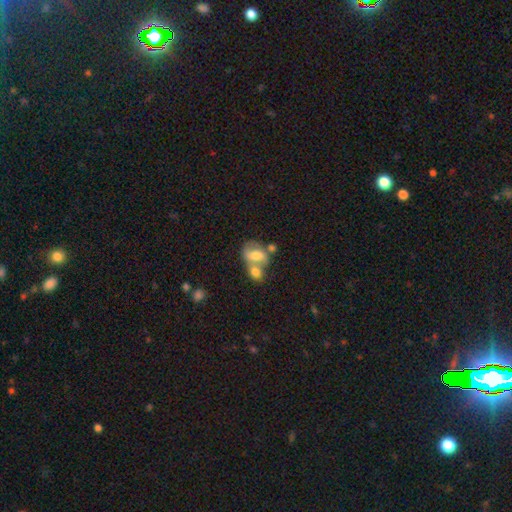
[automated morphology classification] Smooth or featured? Predicted: smooth (p=0.51). How rounded? Predicted: in between (p=0.71). Merging? Predicted: merger (p=0.52).